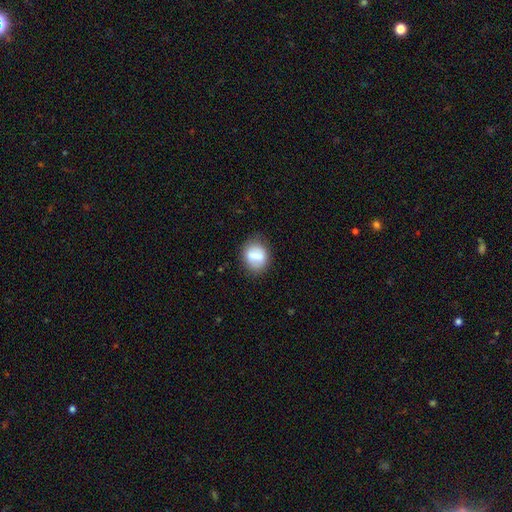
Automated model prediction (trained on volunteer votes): Smooth or featured?
  - smooth: 69% *
  - featured or disk: 22%
  - star or artifact: 8%
How rounded?
  - round: 55% *
  - in between: 43%
  - cigar-shaped: 2%
Merging?
  - none: 77% *
  - minor disturbance: 16%
  - major disturbance: 5%
  - merger: 2%